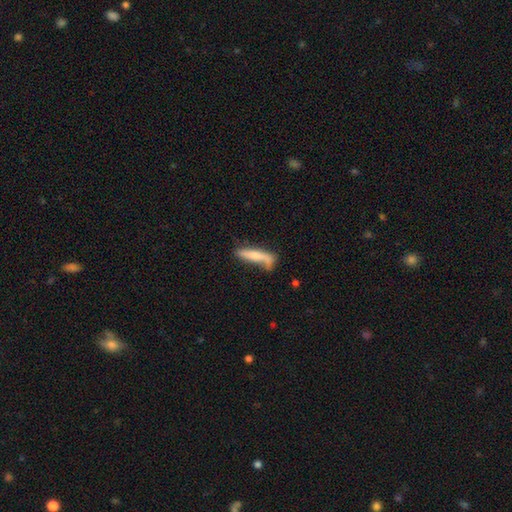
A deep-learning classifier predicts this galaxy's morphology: smooth_or_featured: smooth (p=0.62) [alt: featured or disk p=0.32]
how_rounded: cigar-shaped (p=0.82) [alt: in between p=0.17]
merging: none (p=0.51) [alt: minor disturbance p=0.28]